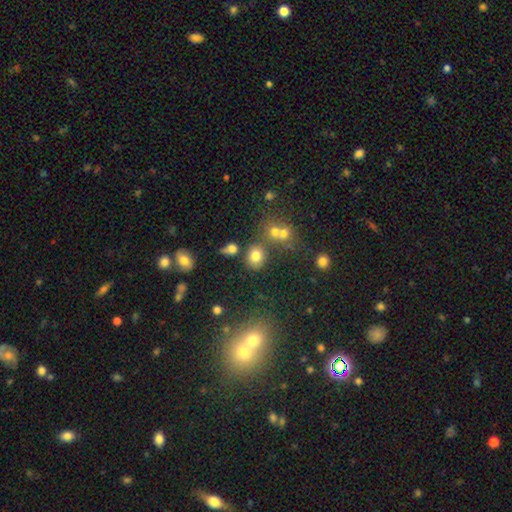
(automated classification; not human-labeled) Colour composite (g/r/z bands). It shows a smooth galaxy with no disk features (73%) that is round (70%). Merging: none (67%).